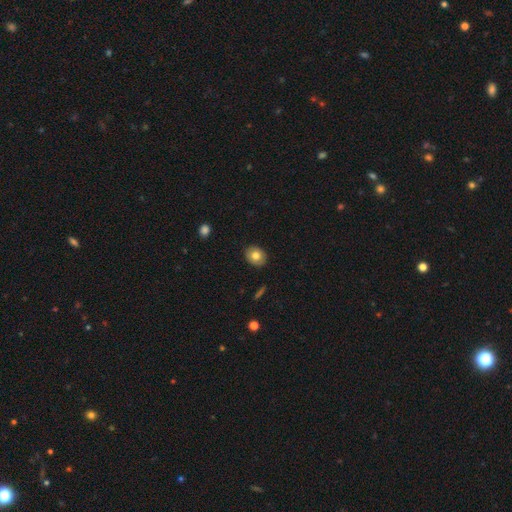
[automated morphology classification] A smooth galaxy with no disk features (76%) that is round (55%). Merging: none (89%).